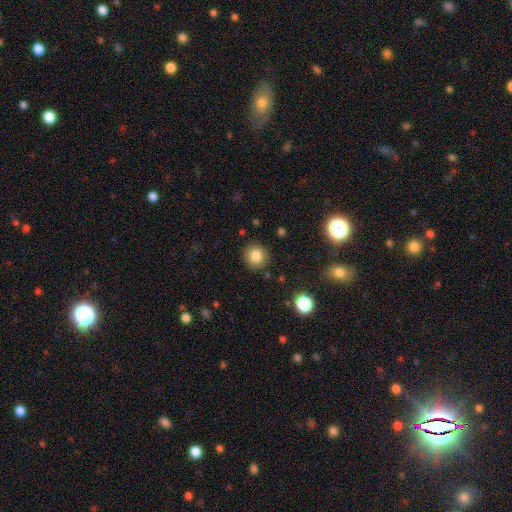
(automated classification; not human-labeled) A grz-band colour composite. It shows a smooth galaxy with no disk features (83%) that is round (89%). Merging: none (89%).